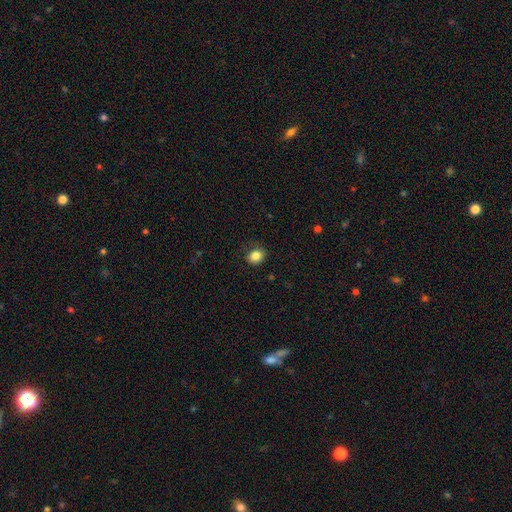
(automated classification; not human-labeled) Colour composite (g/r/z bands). It shows a smooth galaxy with no disk features (84%) that is round (62%). Merging: none (83%).